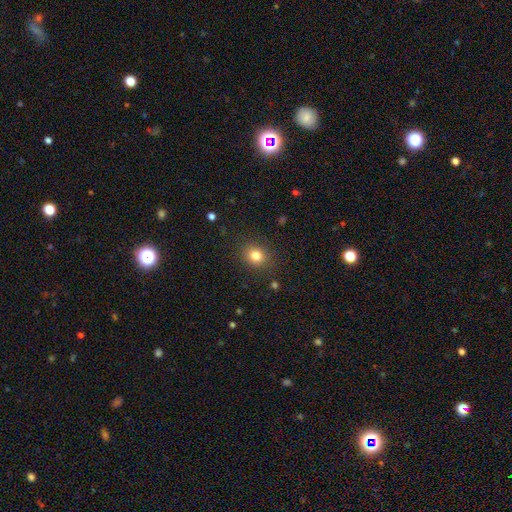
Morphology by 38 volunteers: Q: Smooth or featured?
A: smooth (76%); runner-up: featured or disk (16%)
Q: How rounded?
A: round (66%); runner-up: in between (34%)
Q: Merging?
A: none (94%); runner-up: minor disturbance (3%)